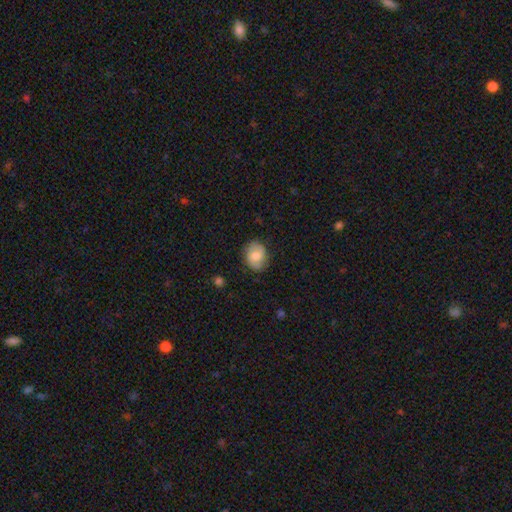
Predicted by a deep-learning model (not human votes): This appears to be a smooth galaxy with no disk features (65%) that is round (53%). Merging: none (80%).